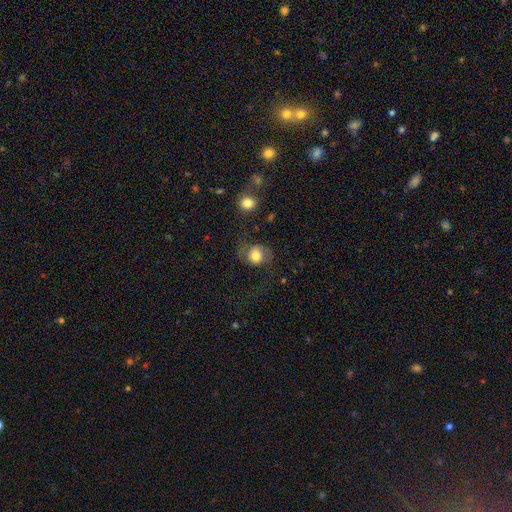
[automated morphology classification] Smooth or featured: smooth — 67% (featured or disk — 24%)
How rounded: round — 76% (in between — 23%)
Merging: none — 51% (major disturbance — 25%)